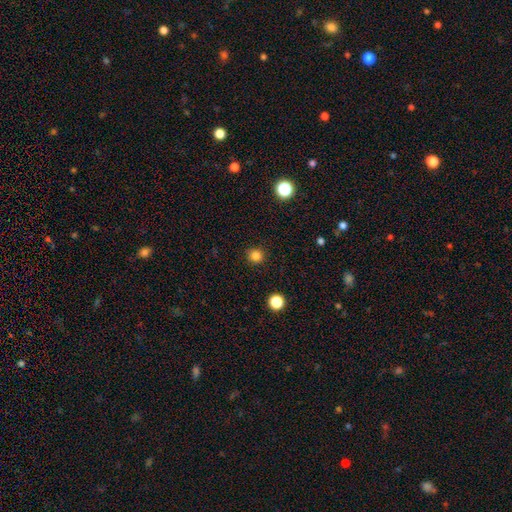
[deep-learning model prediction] Smooth or featured? Predicted: smooth (p=0.83). How rounded? Predicted: round (p=0.94). Merging? Predicted: none (p=0.92).